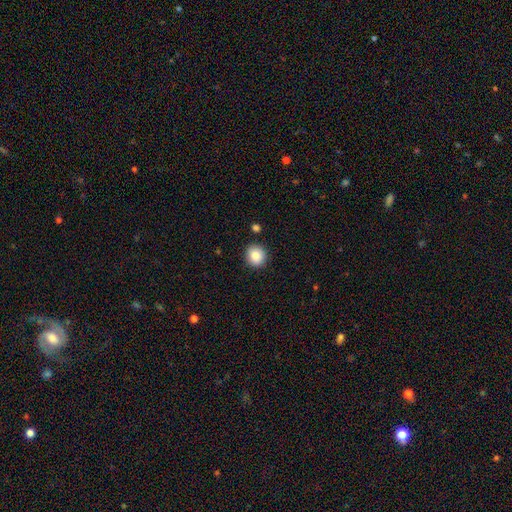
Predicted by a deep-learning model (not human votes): smooth_or_featured: smooth (p=0.87) [alt: star or artifact p=0.08]
how_rounded: round (p=0.87) [alt: in between p=0.12]
merging: none (p=0.89) [alt: minor disturbance p=0.07]